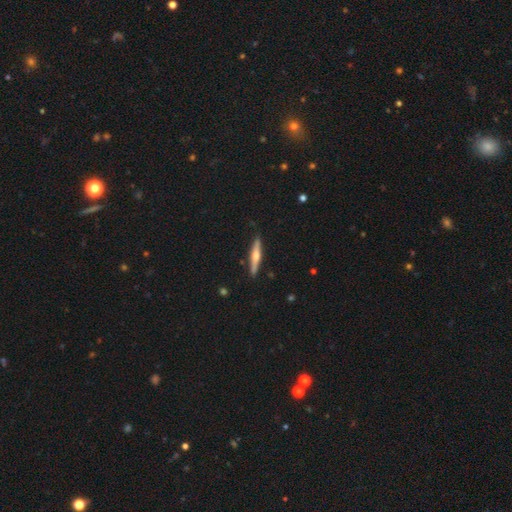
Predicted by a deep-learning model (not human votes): smooth_or_featured: featured or disk (p=0.62) [alt: smooth p=0.33]
disk_edge_on: yes (p=0.97) [alt: no p=0.03]
edge_on_bulge: rounded (p=0.89) [alt: none p=0.06]
merging: none (p=0.90) [alt: minor disturbance p=0.07]